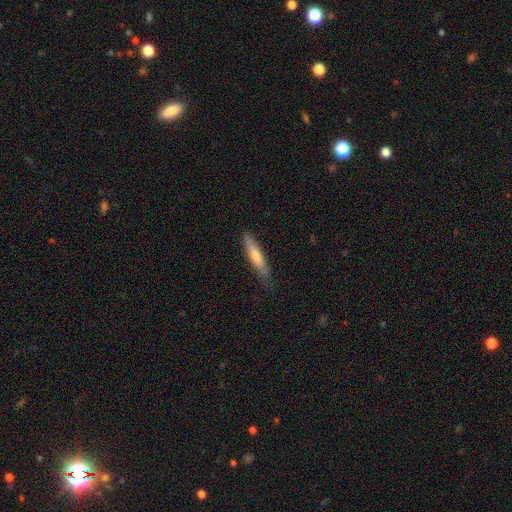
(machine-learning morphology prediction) Q: Smooth or featured?
A: smooth (58%); runner-up: featured or disk (36%)
Q: How rounded?
A: cigar-shaped (87%); runner-up: in between (11%)
Q: Merging?
A: none (80%); runner-up: minor disturbance (16%)